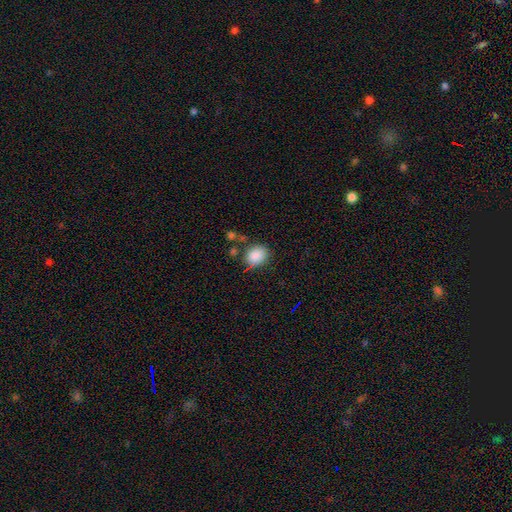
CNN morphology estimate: smooth-or-featured: smooth: 87% | star or artifact: 9% | featured or disk: 4%
  how-rounded: round: 52% | in between: 47% | cigar-shaped: 1%
  merging: none: 71% | minor disturbance: 18% | merger: 6% | major disturbance: 5%